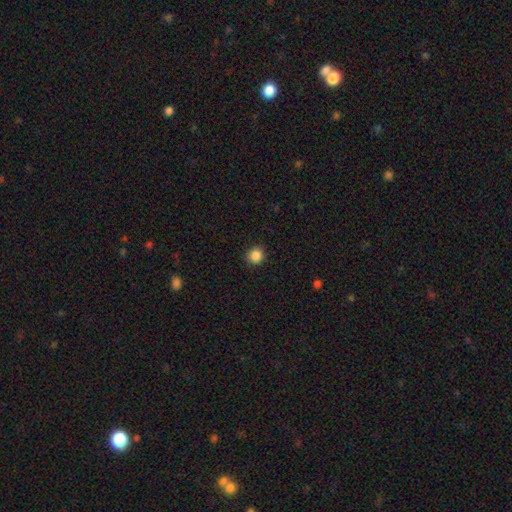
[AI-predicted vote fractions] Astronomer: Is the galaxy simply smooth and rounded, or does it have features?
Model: smooth — 87%.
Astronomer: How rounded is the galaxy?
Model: round — 88%.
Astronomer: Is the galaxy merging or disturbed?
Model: none — 89%.